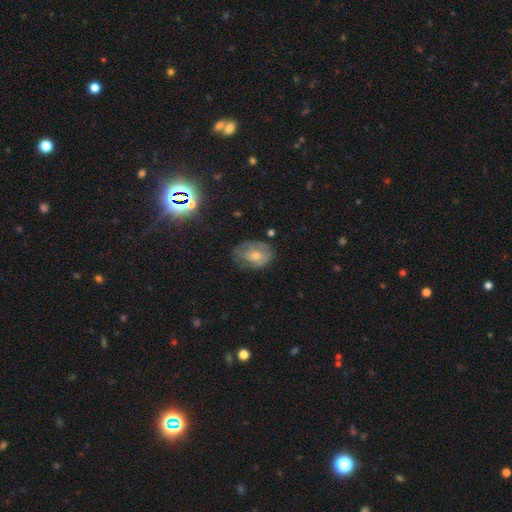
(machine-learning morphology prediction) Q: Smooth or featured?
A: featured or disk (47%); runner-up: smooth (36%)
Q: Merging?
A: none (65%); runner-up: minor disturbance (25%)